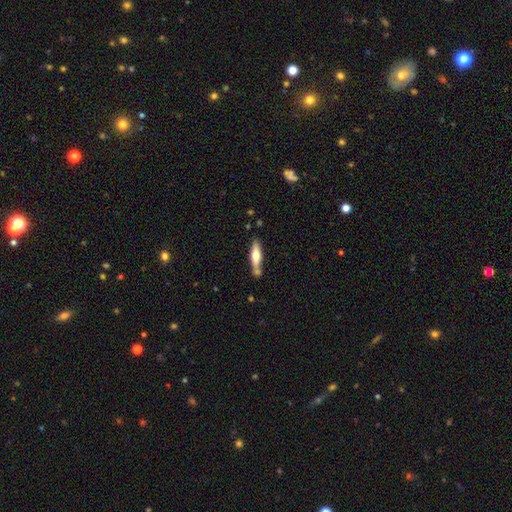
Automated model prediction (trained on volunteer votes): Smooth or featured? Predicted: smooth (p=0.49). Merging? Predicted: none (p=0.70).